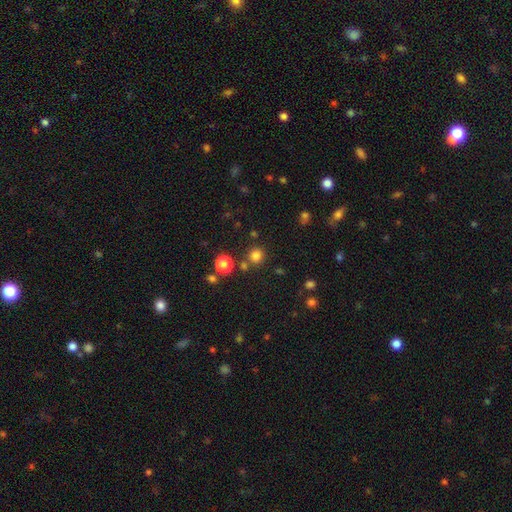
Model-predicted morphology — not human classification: smooth_or_featured: smooth (p=0.79) [alt: star or artifact p=0.16]
how_rounded: round (p=0.90) [alt: in between p=0.09]
merging: none (p=0.80) [alt: merger p=0.10]